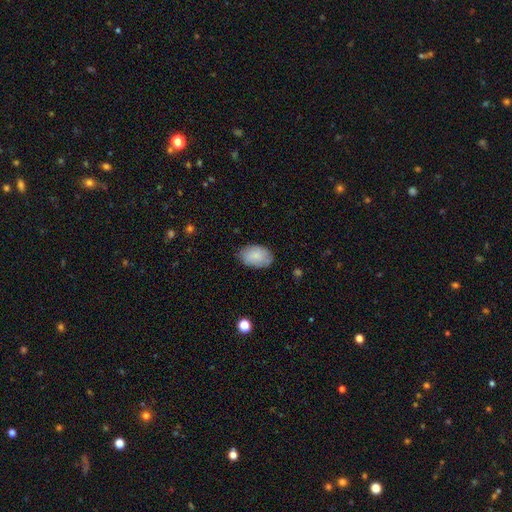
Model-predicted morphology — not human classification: smooth-or-featured: smooth: 81% | featured or disk: 12% | star or artifact: 7%
  how-rounded: in between: 89% | round: 10% | cigar-shaped: 1%
  merging: none: 77% | minor disturbance: 18% | major disturbance: 4% | merger: 1%